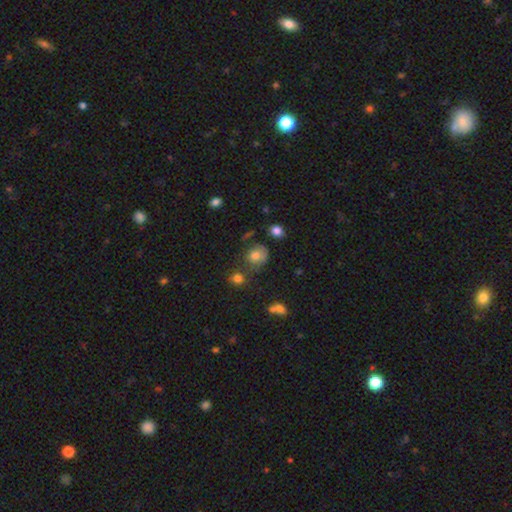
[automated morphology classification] smooth_or_featured: smooth (p=0.72) [alt: featured or disk p=0.16]
how_rounded: round (p=0.67) [alt: in between p=0.32]
merging: none (p=0.51) [alt: minor disturbance p=0.25]